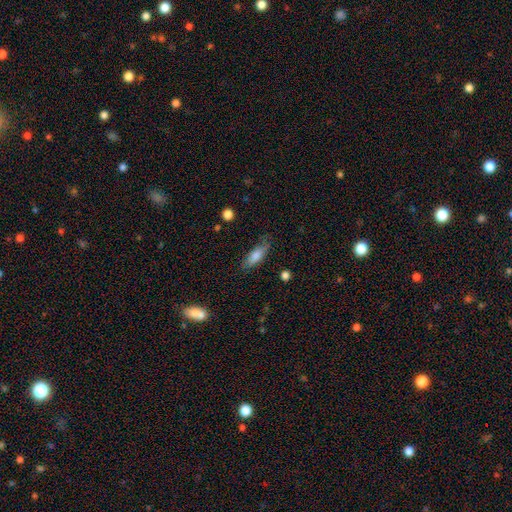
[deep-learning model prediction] This is likely a smooth galaxy (77%). How rounded: likely in between (61%). Merging: likely none (73%).